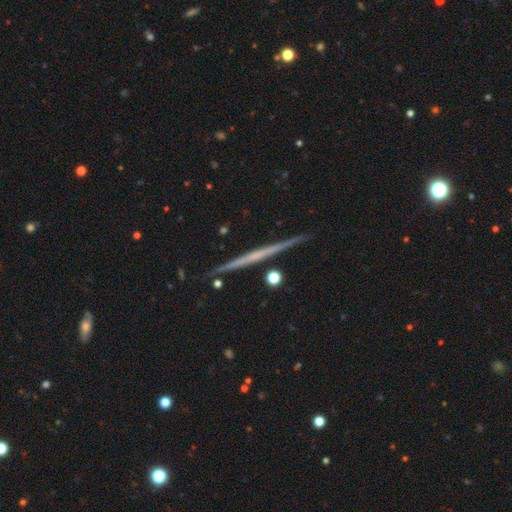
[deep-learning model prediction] smooth_or_featured: featured or disk (p=0.69) [alt: smooth p=0.24]
disk_edge_on: yes (p=0.98) [alt: no p=0.02]
edge_on_bulge: none (p=0.83) [alt: rounded p=0.13]
merging: none (p=0.91) [alt: minor disturbance p=0.06]